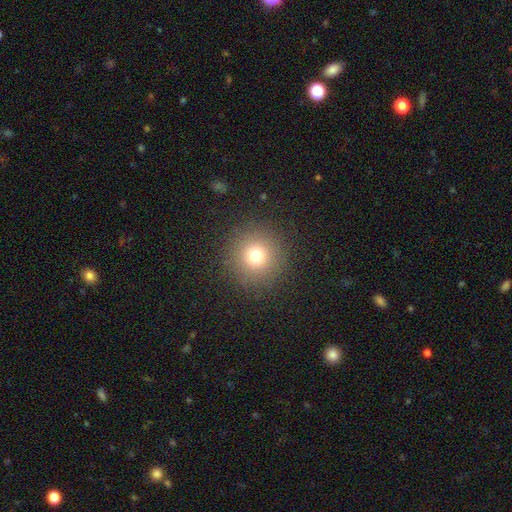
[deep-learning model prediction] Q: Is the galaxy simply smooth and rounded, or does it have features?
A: smooth — 73%.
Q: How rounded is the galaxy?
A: round — 95%.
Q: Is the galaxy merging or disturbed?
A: none — 90%.